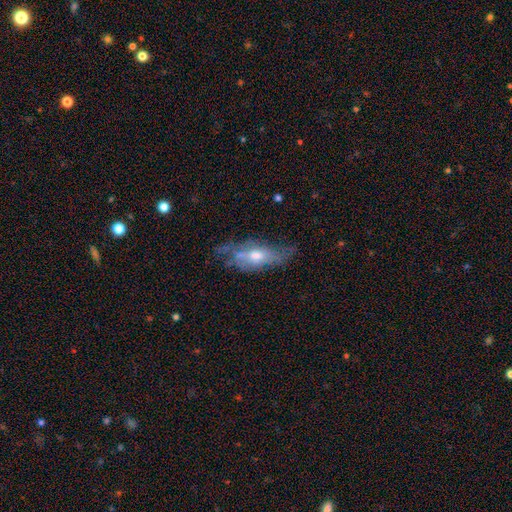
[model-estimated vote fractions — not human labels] A featured or disk galaxy (60%).

Vote fractions:
- Smooth or featured? featured or disk: 60% / smooth: 32% / star or artifact: 9%
- Edge-on disk? no: 70% / yes: 30%
- Merging? none: 45% / minor disturbance: 30% / major disturbance: 21% / merger: 4%